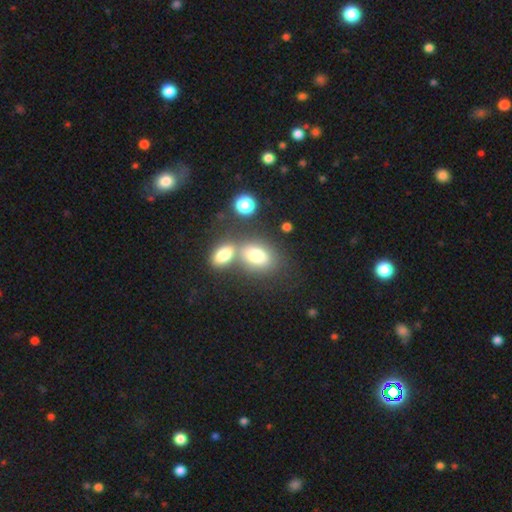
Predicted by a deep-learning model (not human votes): smooth 77%, featured or disk 13%, star or artifact 10%. Down the decision tree: how rounded — in between (79%); merging — none (46%).